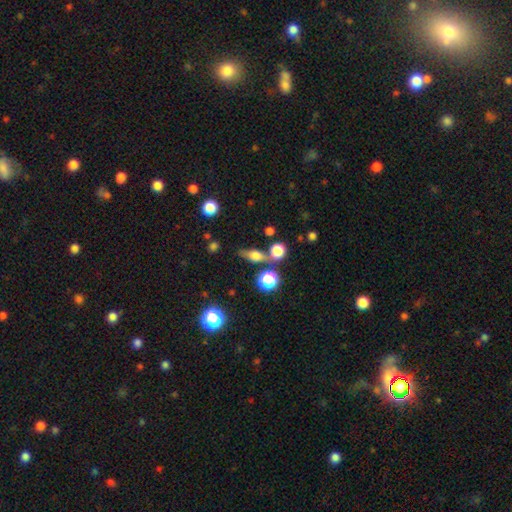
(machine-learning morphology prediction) Overall: smooth (56%; featured or disk 29%). How rounded: in between (47%; round 27%). Merging: none (63%).